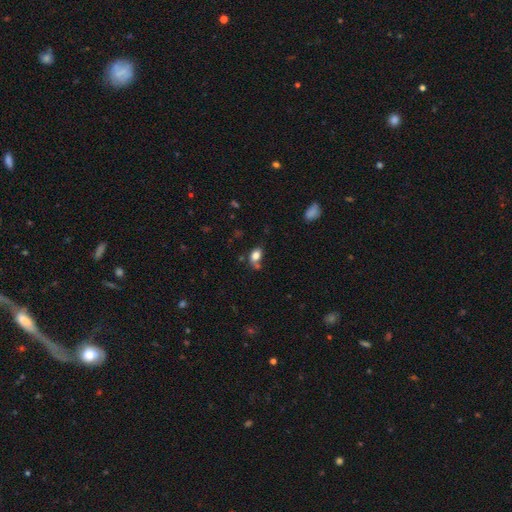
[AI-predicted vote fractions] The model was most divided on "merging": none: 53%, minor disturbance: 21%, merger: 17%, major disturbance: 8%. More confident: how rounded — in between (81%); smooth or featured — smooth (80%).